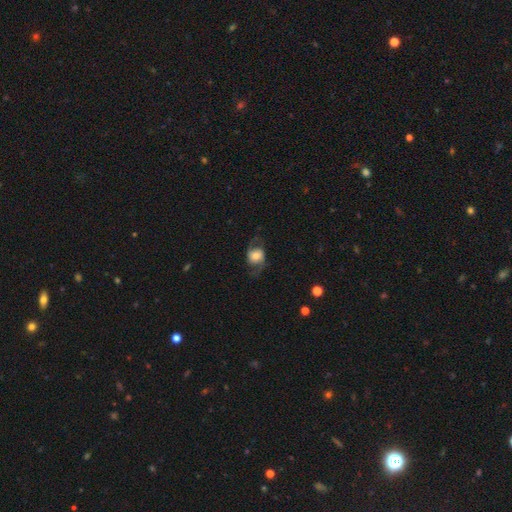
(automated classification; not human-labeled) Smooth or featured: featured or disk — 60% (smooth — 33%)
Edge-on disk: no — 94% (yes — 6%)
Bar: no — 64% (weak — 27%)
Spiral arms: yes — 84% (no — 16%)
Bulge size: moderate — 46% (large — 25%)
Merging: none — 68% (minor disturbance — 17%)